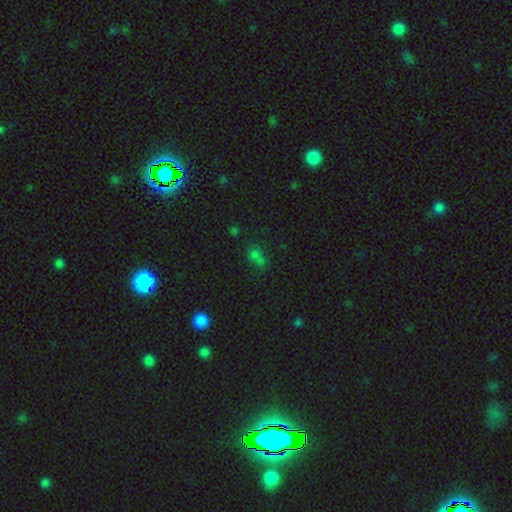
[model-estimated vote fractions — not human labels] The model was most divided on "how rounded": round: 52%, in between: 44%, cigar-shaped: 4%. Remaining: smooth or featured — smooth (51%); merging — none (45%).